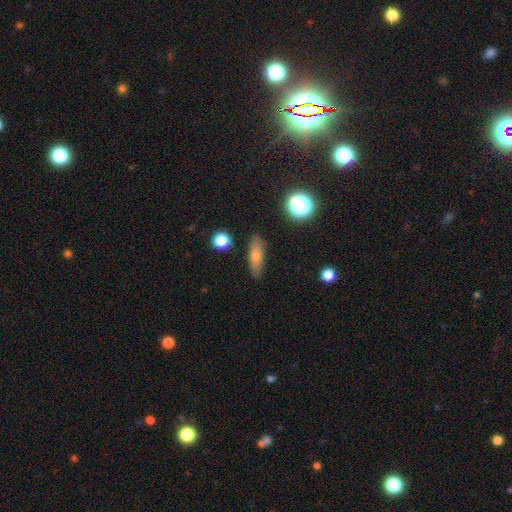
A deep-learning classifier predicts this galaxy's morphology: type=smooth (69%); roundness=cigar-shaped (48%); merging=none (87%).